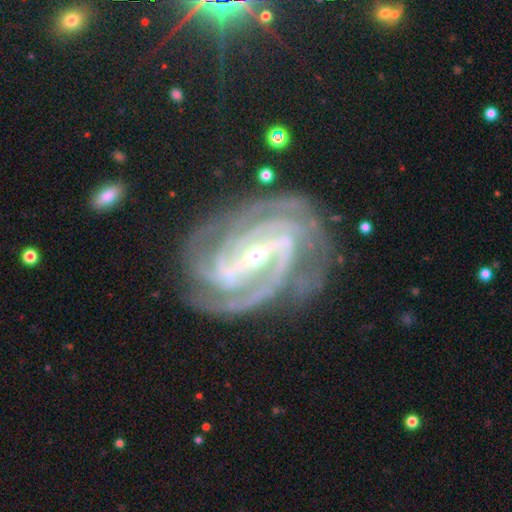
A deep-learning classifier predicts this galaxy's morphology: Overall: featured or disk (92%). Edge-on disk: no (97%). Bar: strong (68%). Spiral arms: yes (98%). Spiral arm count: 3 (32%; 4 22%). Spiral winding: tight (66%; medium 30%). Bulge size: small (72%). Merging: none (75%).